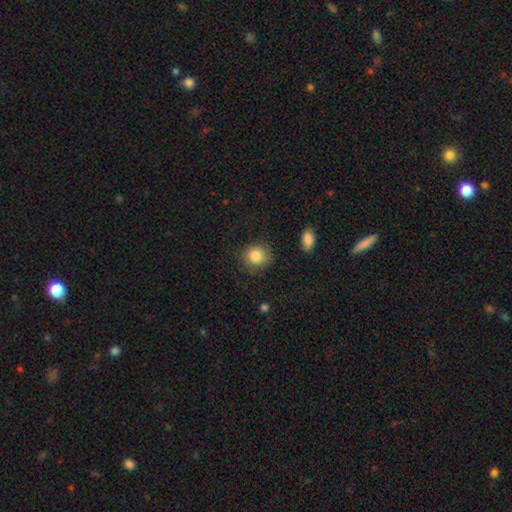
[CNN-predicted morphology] This is clearly a smooth galaxy (83%). How rounded: clearly round (86%). Merging: clearly none (85%).